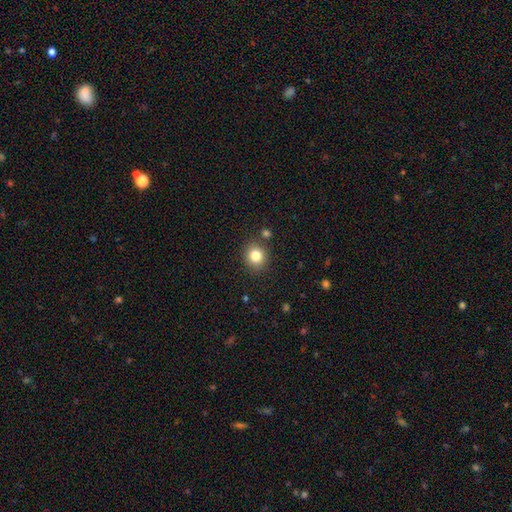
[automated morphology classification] Smooth or featured? Predicted: smooth (p=0.82). How rounded? Predicted: round (p=0.83). Merging? Predicted: none (p=0.85).